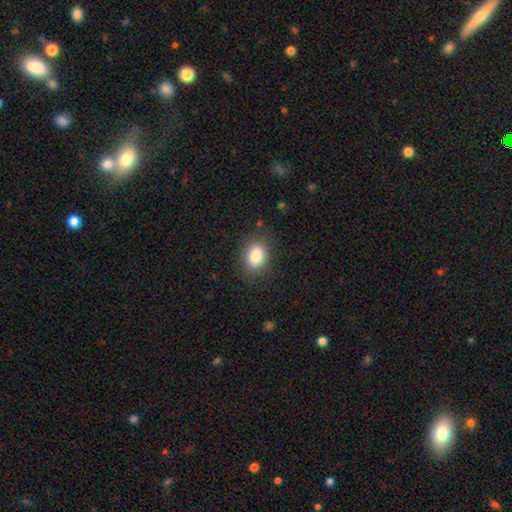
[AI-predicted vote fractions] Q: Smooth or featured?
A: smooth (86%); runner-up: star or artifact (9%)
Q: How rounded?
A: in between (70%); runner-up: round (29%)
Q: Merging?
A: none (83%); runner-up: minor disturbance (12%)